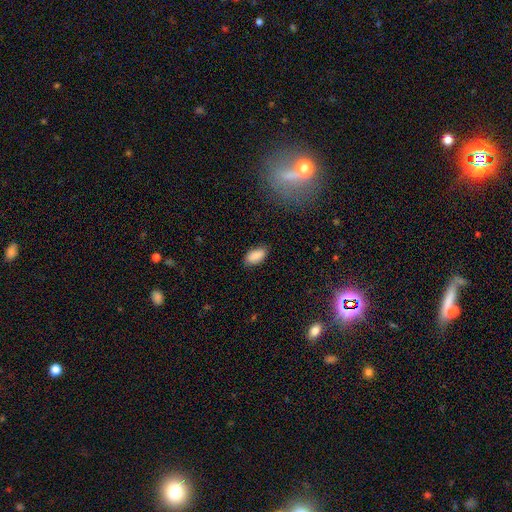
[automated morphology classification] smooth 87%, star or artifact 7%, featured or disk 6%. Down the decision tree: how rounded — in between (93%); merging — none (84%).